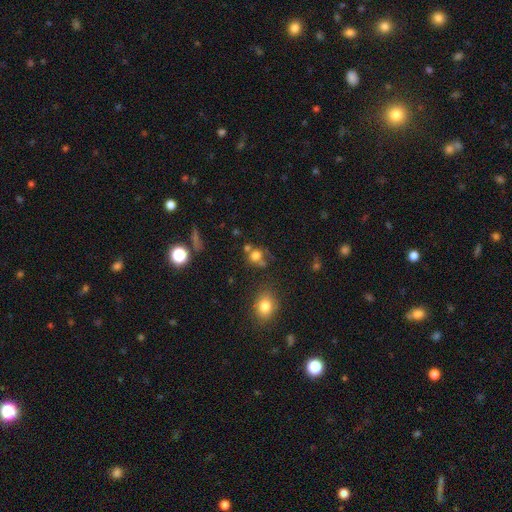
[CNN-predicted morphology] This appears to be a smooth galaxy with no disk features (72%) that is round (74%). Merging: none (51%).